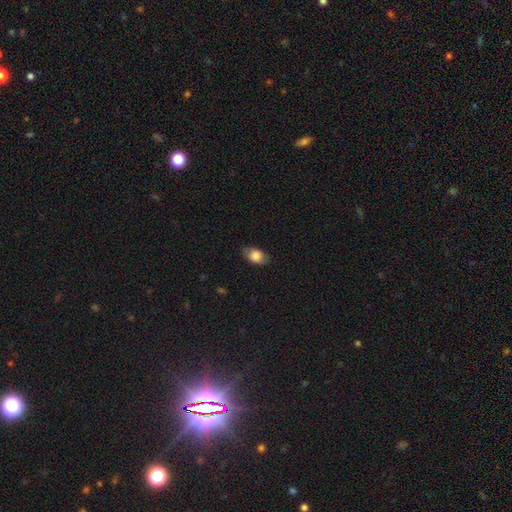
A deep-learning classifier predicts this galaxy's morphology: This appears to be a smooth galaxy with no disk features (78%) that is in between round and cigar-shaped (87%). Merging: none (80%).